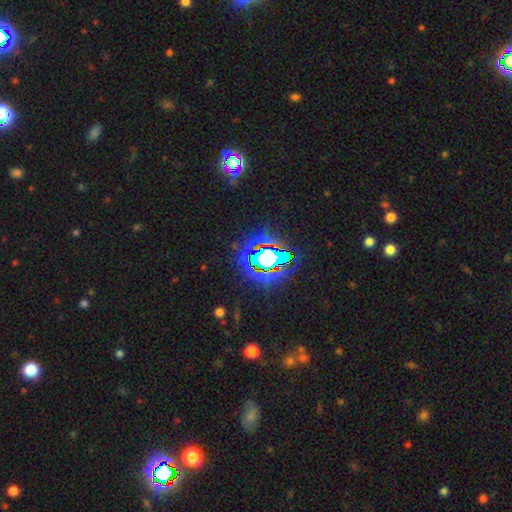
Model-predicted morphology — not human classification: Smooth or featured? star or artifact (79%)